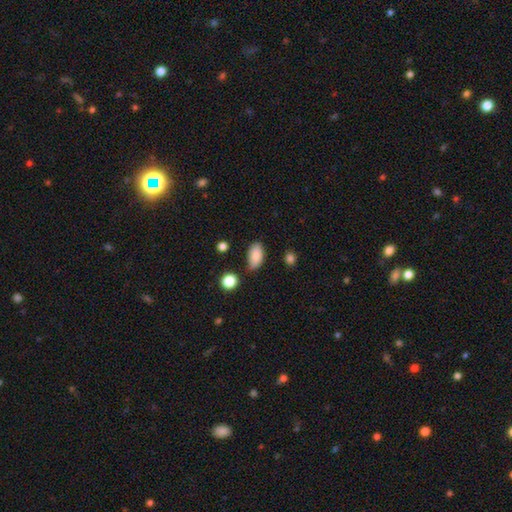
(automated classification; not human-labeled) smooth-or-featured: smooth: 85% | star or artifact: 8% | featured or disk: 6%
  how-rounded: in between: 92% | round: 5% | cigar-shaped: 3%
  merging: none: 72% | minor disturbance: 21% | major disturbance: 4% | merger: 3%